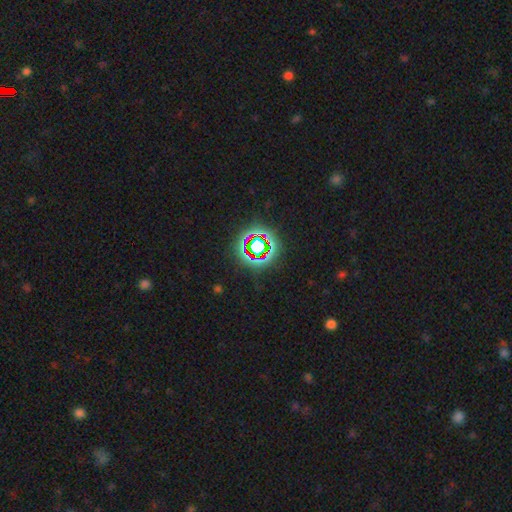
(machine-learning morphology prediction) This is likely a star or artifact rather than a galaxy (71%).